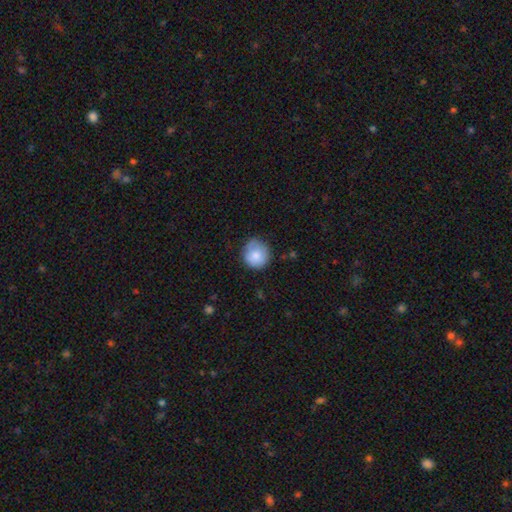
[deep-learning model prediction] A smooth galaxy with no disk features (83%) that is round (89%).

Vote fractions:
- Smooth or featured? smooth: 83% / featured or disk: 10% / star or artifact: 8%
- How rounded? round: 89% / in between: 10% / cigar-shaped: 1%
- Merging? none: 71% / minor disturbance: 23% / major disturbance: 4% / merger: 2%